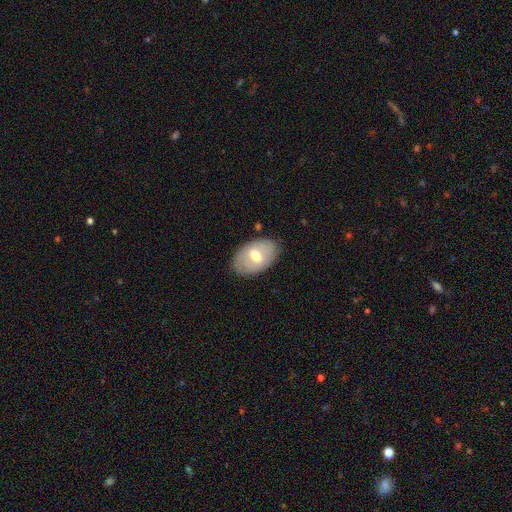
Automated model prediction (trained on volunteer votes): smooth_or_featured: smooth (p=0.57) [alt: featured or disk p=0.36]
how_rounded: in between (p=0.89) [alt: round p=0.10]
merging: none (p=0.79) [alt: minor disturbance p=0.16]